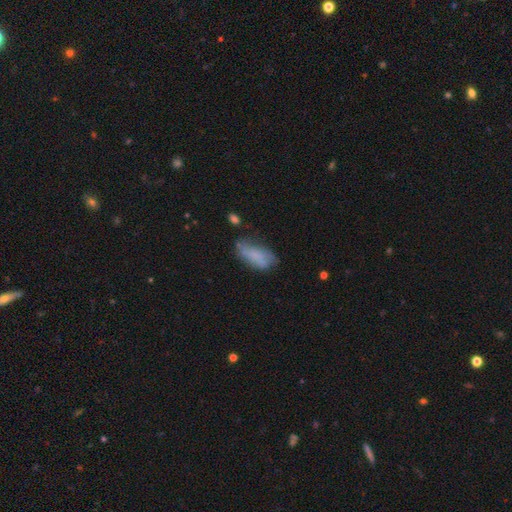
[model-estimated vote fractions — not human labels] Overall: smooth (64%; featured or disk 27%). How rounded: in between (83%). Merging: none (46%; minor disturbance 32%).